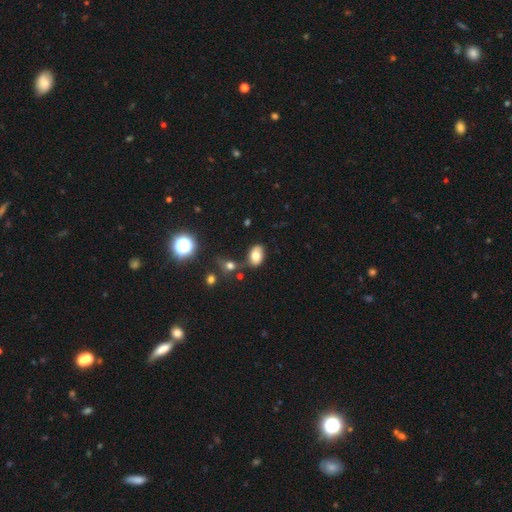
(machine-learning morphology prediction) Smooth or featured? Predicted: smooth (p=0.75). How rounded? Predicted: in between (p=0.85). Merging? Predicted: none (p=0.69).